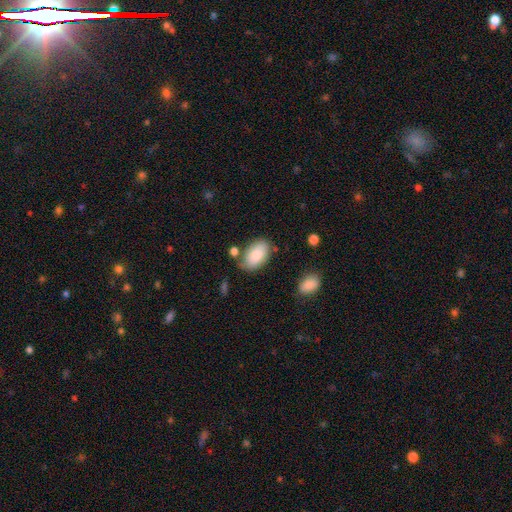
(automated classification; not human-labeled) The model was most divided on "merging": none: 66%, minor disturbance: 20%, merger: 8%, major disturbance: 6%. More confident: how rounded — in between (93%); smooth or featured — smooth (83%).